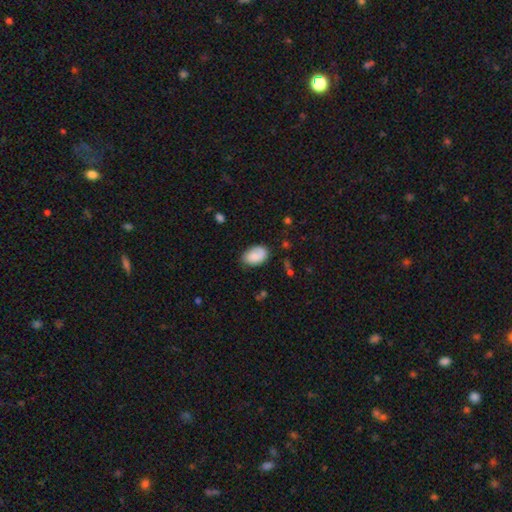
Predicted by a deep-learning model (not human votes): smooth 78%, featured or disk 15%, star or artifact 7%. Down the decision tree: how rounded — in between (88%); merging — none (71%).